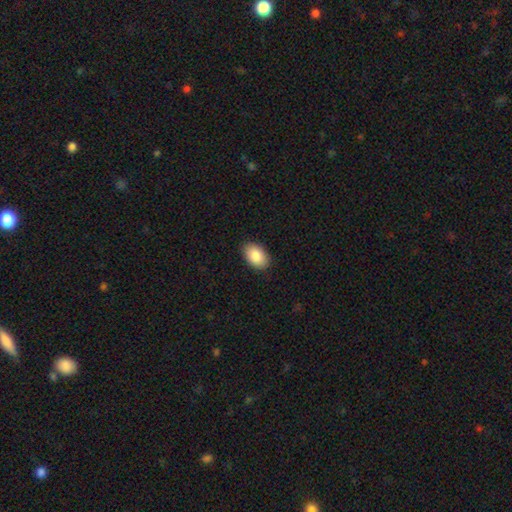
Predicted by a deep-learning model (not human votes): Smooth or featured? smooth (87%)
How rounded? in between (91%)
Merging? none (88%)